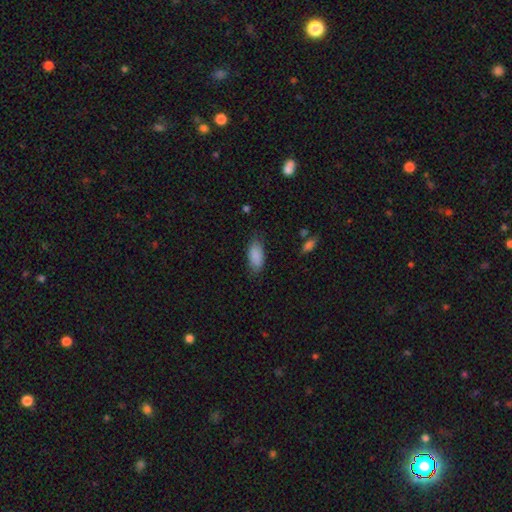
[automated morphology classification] Smooth or featured? Predicted: smooth (p=0.89). How rounded? Predicted: in between (p=0.89). Merging? Predicted: none (p=0.78).